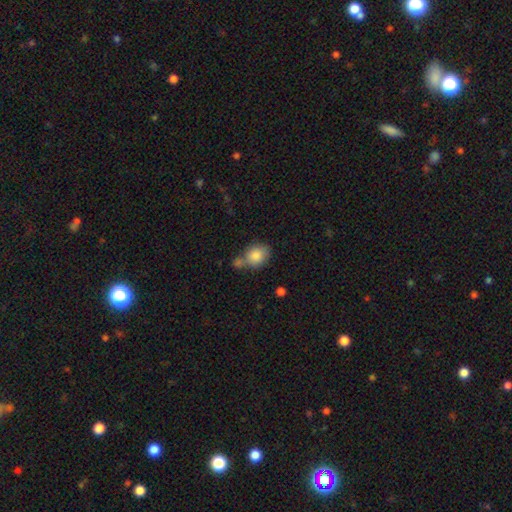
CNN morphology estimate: Smooth or featured: smooth — 84% (featured or disk — 8%)
How rounded: round — 54% (in between — 45%)
Merging: none — 47% (merger — 32%)